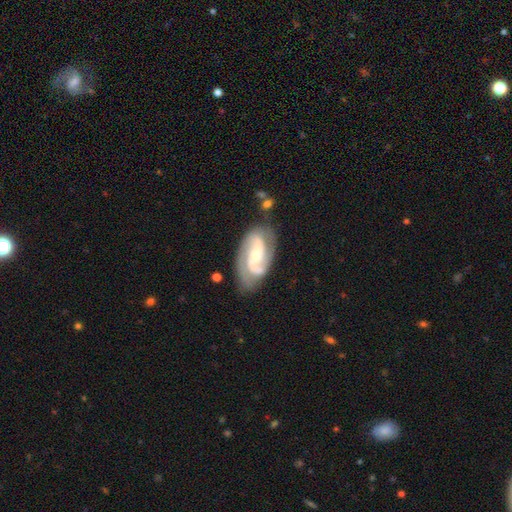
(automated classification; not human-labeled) Smooth or featured: featured or disk — 86% (smooth — 9%)
Edge-on disk: no — 96% (yes — 4%)
Bar: no — 44% (weak — 39%)
Spiral arms: yes — 97% (no — 3%)
Spiral winding: medium — 50% (tight — 31%)
Spiral arm count: 2 — 82% (3 — 6%)
Bulge size: small — 52% (moderate — 39%)
Merging: none — 71% (minor disturbance — 19%)